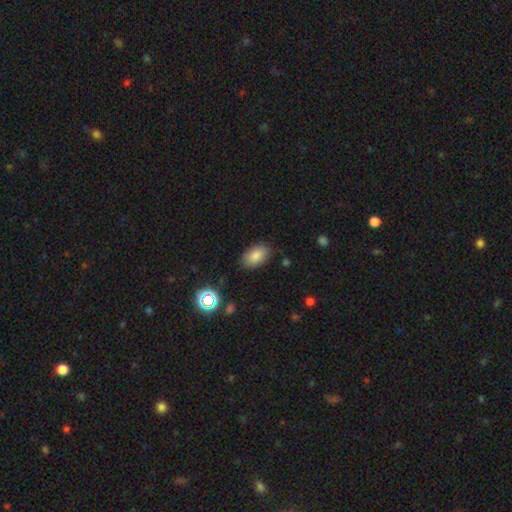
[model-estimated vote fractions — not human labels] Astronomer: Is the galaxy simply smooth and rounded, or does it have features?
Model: smooth — 83%.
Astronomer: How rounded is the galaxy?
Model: in between — 92%.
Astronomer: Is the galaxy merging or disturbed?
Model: none — 84%.